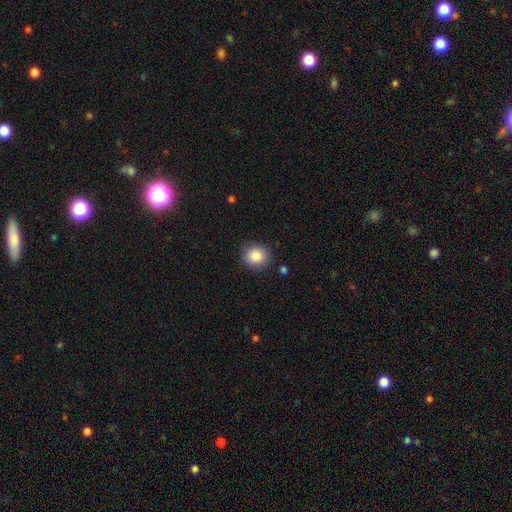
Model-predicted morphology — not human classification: Smooth or featured?
  - smooth: 87% *
  - star or artifact: 8%
  - featured or disk: 5%
How rounded?
  - round: 86% *
  - in between: 13%
  - cigar-shaped: 1%
Merging?
  - none: 87% *
  - minor disturbance: 9%
  - major disturbance: 2%
  - merger: 2%